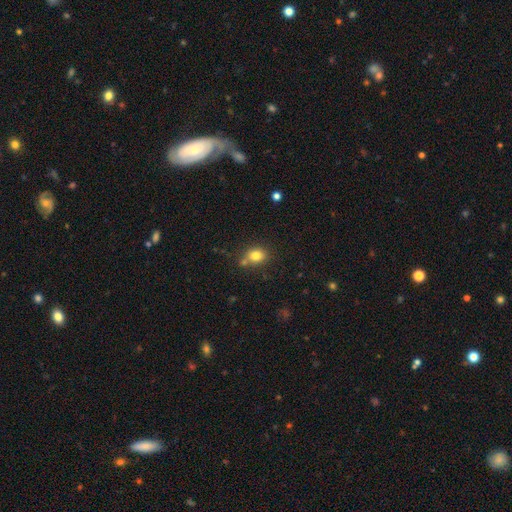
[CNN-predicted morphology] Smooth or featured: smooth — 80% (star or artifact — 12%)
How rounded: round — 59% (in between — 40%)
Merging: none — 68% (merger — 14%)